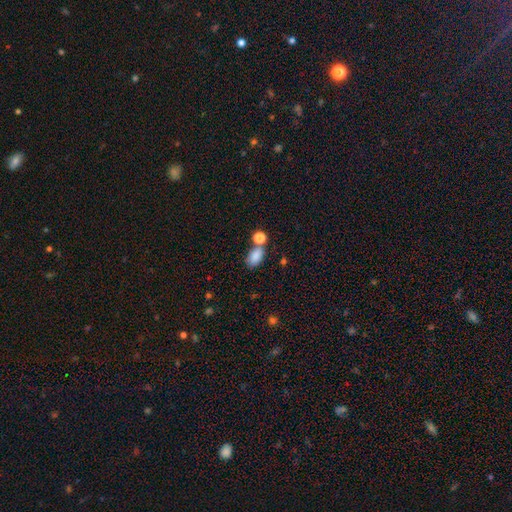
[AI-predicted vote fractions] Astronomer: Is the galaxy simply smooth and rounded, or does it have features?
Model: smooth — 84%.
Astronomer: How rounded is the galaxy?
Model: in between — 86%.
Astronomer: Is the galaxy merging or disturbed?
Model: none — 57%.